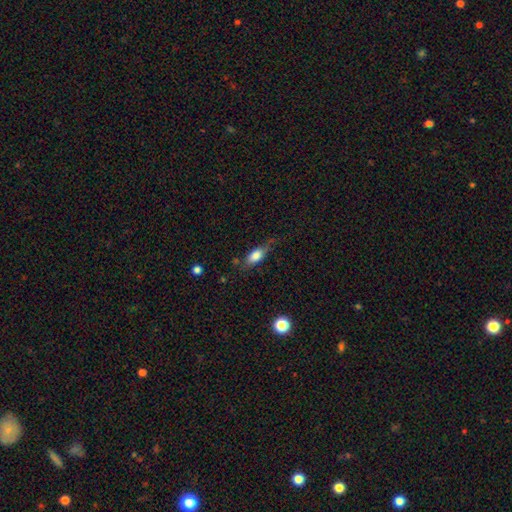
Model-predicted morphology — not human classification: smooth 74%, featured or disk 18%, star or artifact 8%. Down the decision tree: how rounded — in between (77%); merging — none (57%).